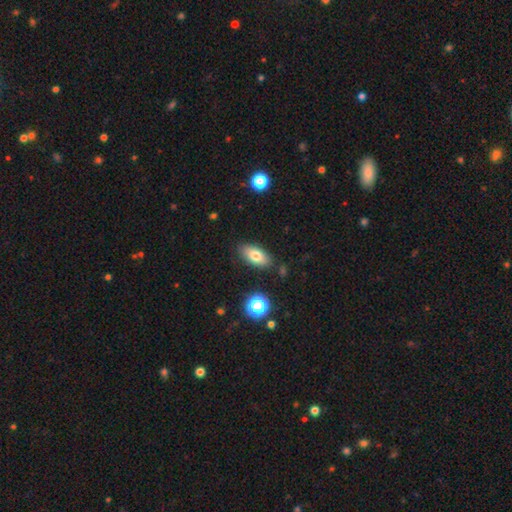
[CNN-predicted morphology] Smooth or featured? smooth (76%)
How rounded? in between (86%)
Merging? none (85%)